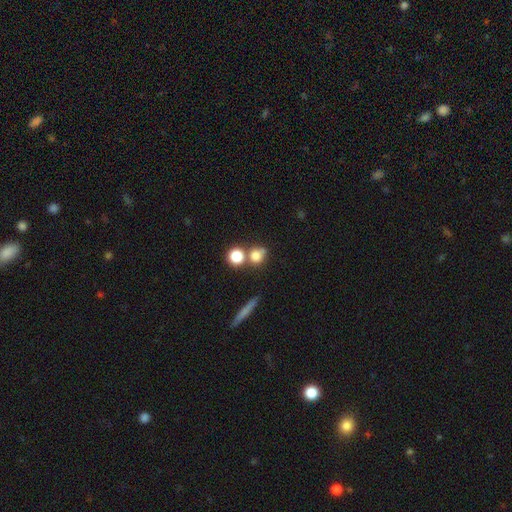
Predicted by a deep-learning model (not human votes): Morphology: type=smooth (75%); roundness=round (78%); merging=none (53%).